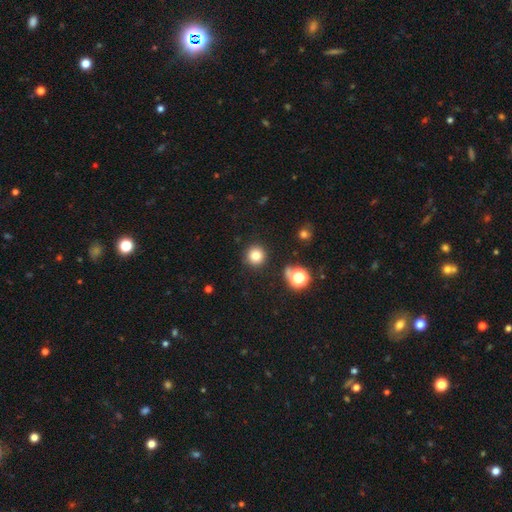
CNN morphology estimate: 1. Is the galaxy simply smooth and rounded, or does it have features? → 79% smooth, 15% star or artifact, 6% featured or disk.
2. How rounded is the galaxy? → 95% round, 4% in between, 1% cigar-shaped.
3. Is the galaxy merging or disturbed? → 89% none, 6% minor disturbance, 2% major disturbance, 2% merger.